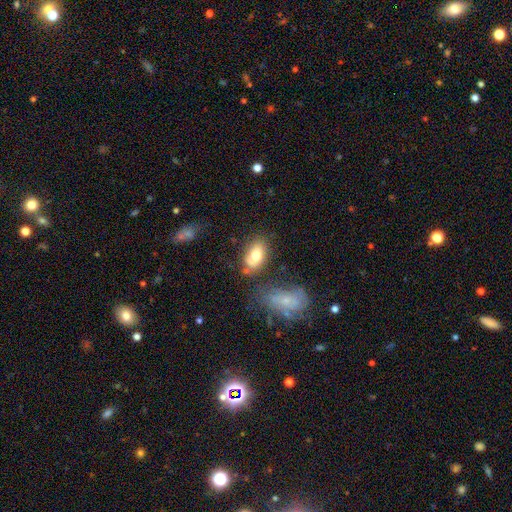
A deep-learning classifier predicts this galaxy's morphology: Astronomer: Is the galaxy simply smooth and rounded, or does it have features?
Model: smooth — 73%.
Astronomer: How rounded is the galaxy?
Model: in between — 91%.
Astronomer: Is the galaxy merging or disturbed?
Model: none — 61%.